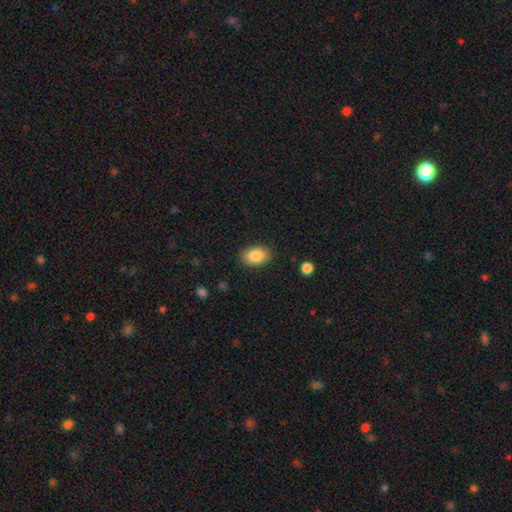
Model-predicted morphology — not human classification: Smooth or featured: smooth — 87% (star or artifact — 7%)
How rounded: in between — 85% (round — 14%)
Merging: none — 86% (minor disturbance — 10%)